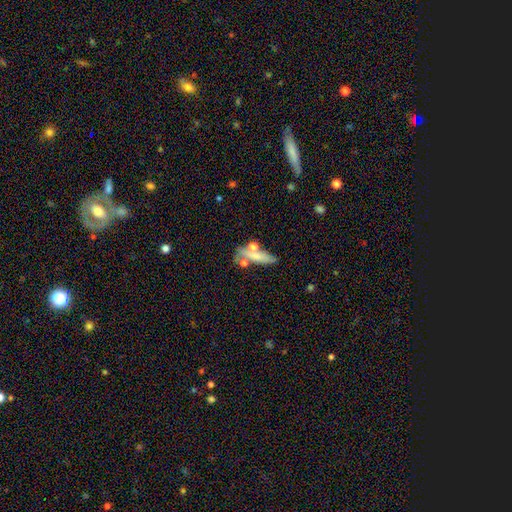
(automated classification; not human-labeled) The model was most divided on "how rounded": cigar-shaped: 58%, in between: 35%, round: 7%. Remaining: smooth or featured — smooth (63%); merging — none (50%).